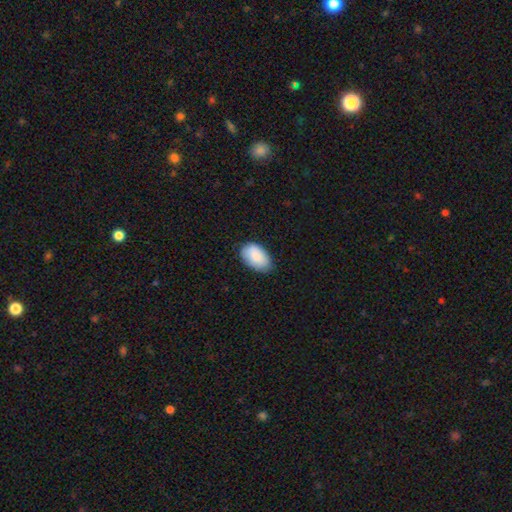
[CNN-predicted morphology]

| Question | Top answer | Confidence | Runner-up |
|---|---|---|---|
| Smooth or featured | smooth | 88% | featured or disk (6%) |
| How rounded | in between | 94% | round (5%) |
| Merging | none | 76% | minor disturbance (20%) |